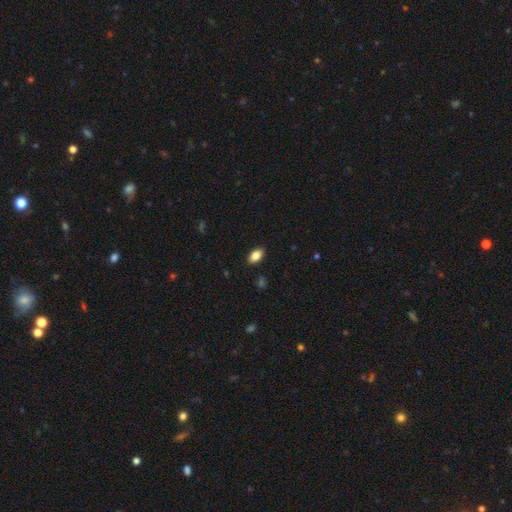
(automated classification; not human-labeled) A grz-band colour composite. It shows a smooth galaxy with no disk features (85%) that is in between round and cigar-shaped (92%). Merging: none (89%).